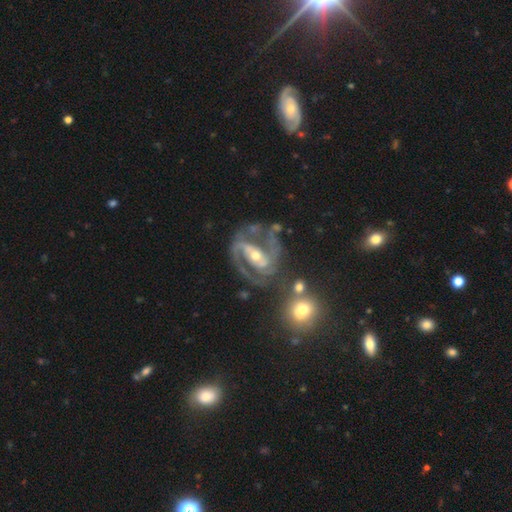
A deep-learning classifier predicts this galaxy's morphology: smooth-or-featured: featured or disk: 90% | star or artifact: 5% | smooth: 5%
  disk-edge-on: no: 97% | yes: 3%
    bar: strong: 47% | weak: 31% | no: 22%
    has-spiral-arms: yes: 96% | no: 4%
      spiral-winding: medium: 57% | tight: 29% | loose: 14%
      spiral-arm-count: 2: 84% | 3: 6% | can't tell: 4% | 1: 3% | 4: 2% | more than 4: 2%
    bulge-size: moderate: 58% | small: 37% | large: 4% | none: 1% | dominant: 1%
  merging: none: 56% | minor disturbance: 19% | major disturbance: 15% | merger: 10%